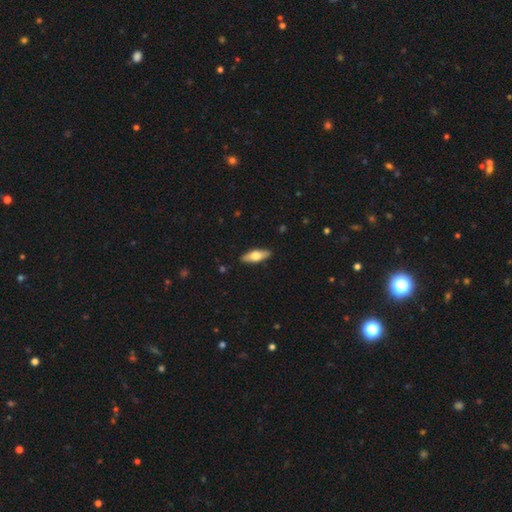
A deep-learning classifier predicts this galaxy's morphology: smooth_or_featured: smooth (p=0.55) [alt: featured or disk p=0.40]
how_rounded: in between (p=0.58) [alt: cigar-shaped p=0.39]
merging: none (p=0.89) [alt: minor disturbance p=0.08]